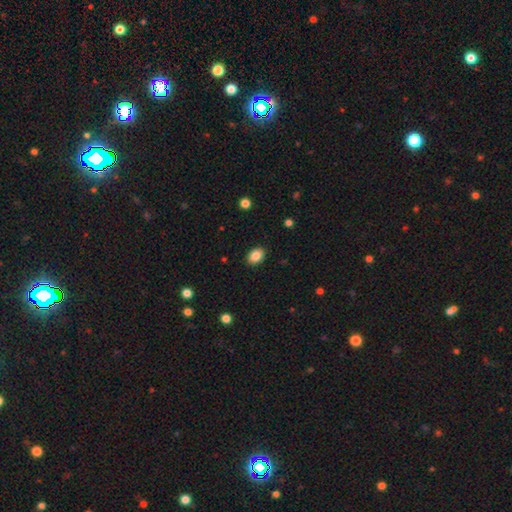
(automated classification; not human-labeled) Q: Smooth or featured?
A: smooth (86%); runner-up: star or artifact (9%)
Q: How rounded?
A: in between (78%); runner-up: round (21%)
Q: Merging?
A: none (89%); runner-up: minor disturbance (8%)